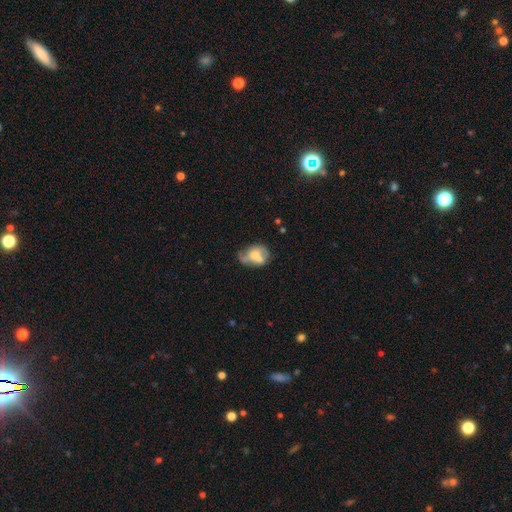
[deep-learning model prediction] Smooth or featured? Predicted: smooth (p=0.47). Merging? Predicted: merger (p=0.32).